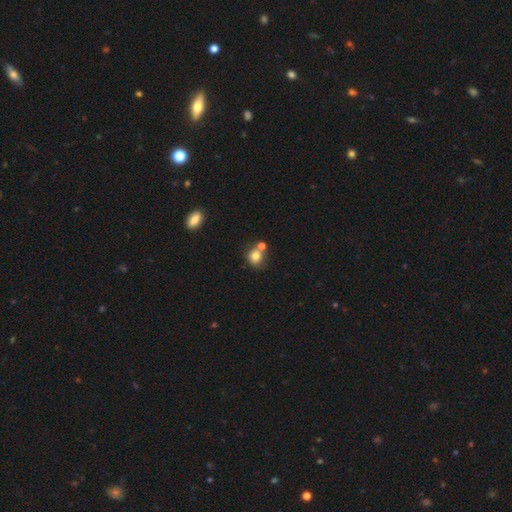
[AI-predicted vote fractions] The model was most divided on "merging": none: 49%, merger: 33%, minor disturbance: 13%, major disturbance: 5%. More confident: smooth or featured — smooth (79%); how rounded — round (70%).